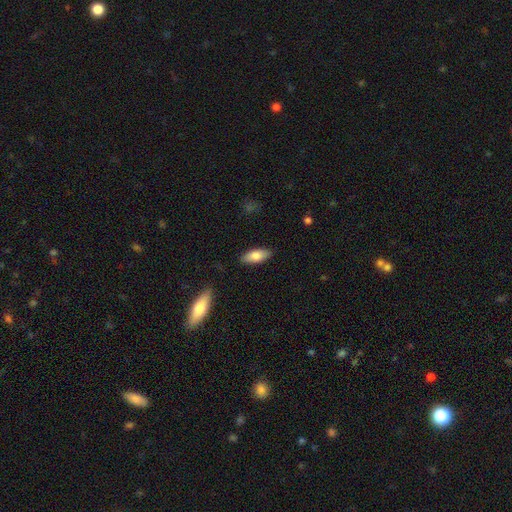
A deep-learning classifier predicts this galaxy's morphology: type=smooth (77%); roundness=in between (82%); merging=none (87%).